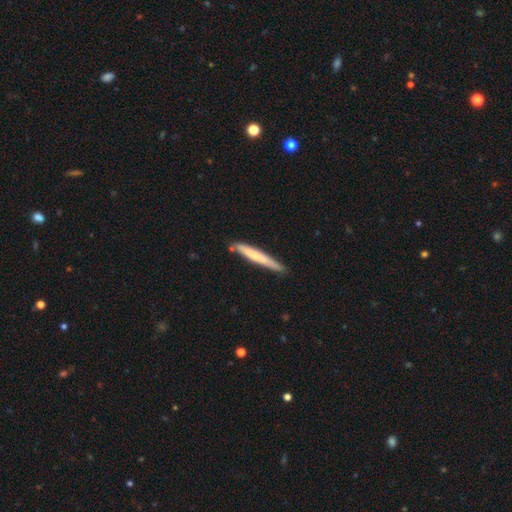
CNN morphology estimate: Q: Smooth or featured?
A: smooth (58%); runner-up: featured or disk (37%)
Q: How rounded?
A: cigar-shaped (96%); runner-up: in between (3%)
Q: Merging?
A: none (83%); runner-up: minor disturbance (13%)